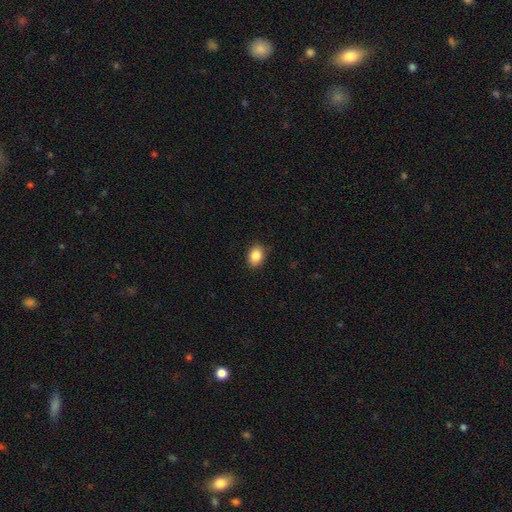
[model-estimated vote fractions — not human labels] smooth_or_featured: smooth (p=0.86) [alt: star or artifact p=0.08]
how_rounded: in between (p=0.67) [alt: round p=0.32]
merging: none (p=0.86) [alt: minor disturbance p=0.10]